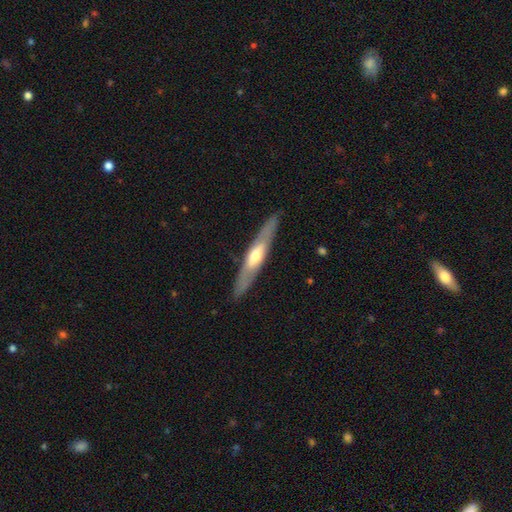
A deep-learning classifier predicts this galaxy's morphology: smooth-or-featured: featured or disk: 59% | smooth: 36% | star or artifact: 5%
  disk-edge-on: yes: 84% | no: 16%
  merging: none: 88% | minor disturbance: 9% | major disturbance: 2% | merger: 1%